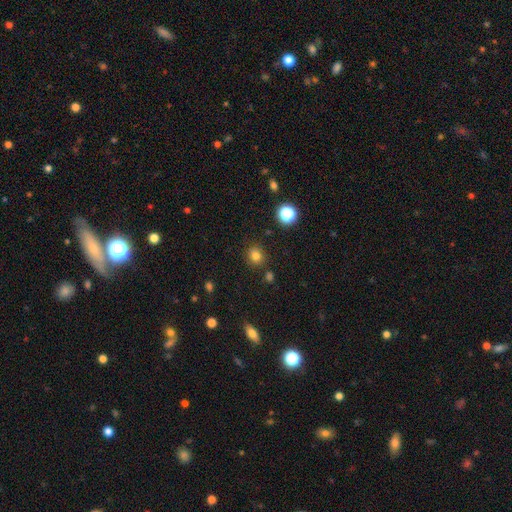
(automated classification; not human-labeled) A smooth galaxy with no disk features (79%) that is round (81%). Merging: none (85%).